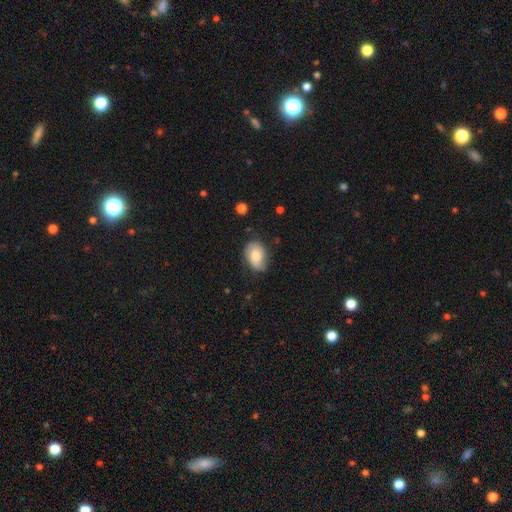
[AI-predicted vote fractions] smooth 74%, featured or disk 19%, star or artifact 8%. Down the decision tree: how rounded — in between (78%); merging — none (63%).